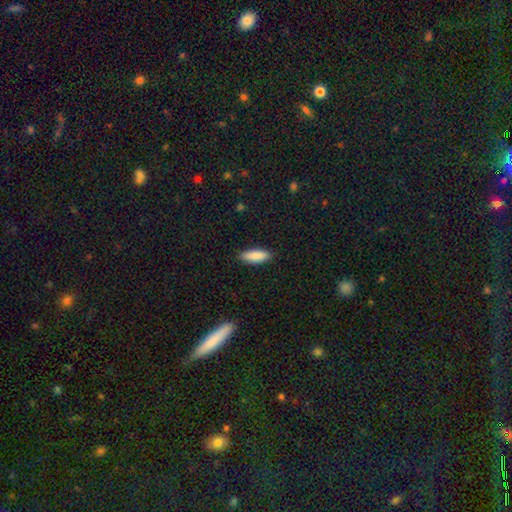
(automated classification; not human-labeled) smooth 86%, featured or disk 8%, star or artifact 6%. Down the decision tree: how rounded — in between (66%); merging — none (88%).